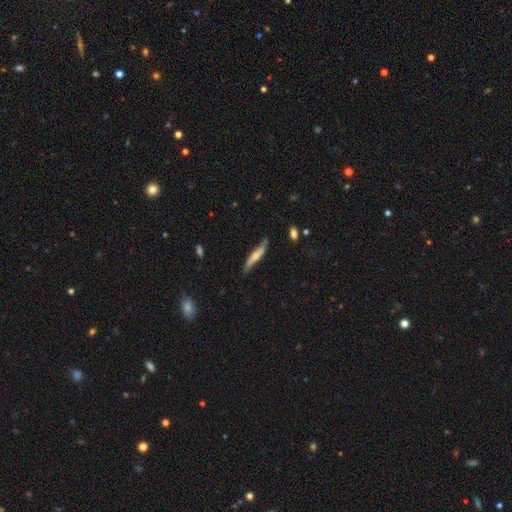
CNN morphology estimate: smooth-or-featured: smooth: 50% | featured or disk: 44% | star or artifact: 6%
  how-rounded: cigar-shaped: 88% | in between: 11% | round: 2%
  merging: none: 67% | minor disturbance: 25% | major disturbance: 5% | merger: 3%